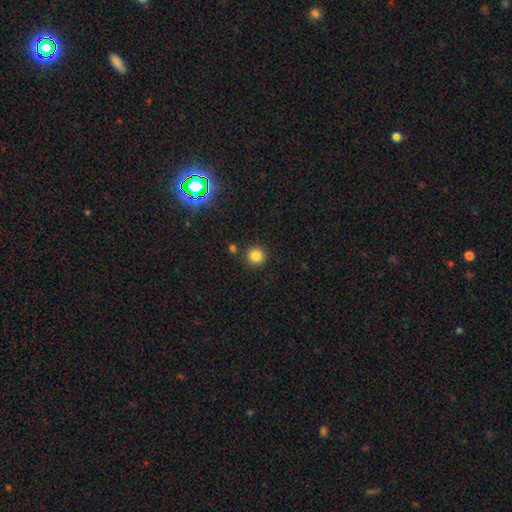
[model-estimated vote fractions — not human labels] smooth 83%, star or artifact 12%, featured or disk 5%. Down the decision tree: how rounded — round (95%); merging — none (88%).